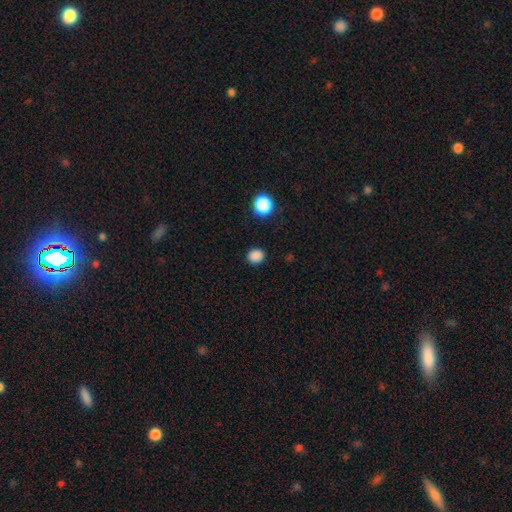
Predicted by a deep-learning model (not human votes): A smooth galaxy with no disk features (85%) that is round (77%). Merging: none (90%).